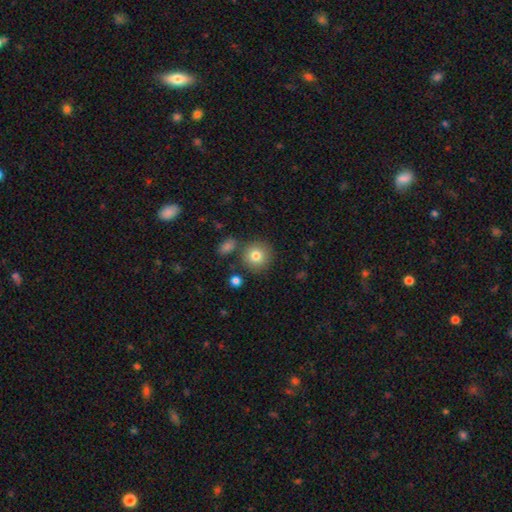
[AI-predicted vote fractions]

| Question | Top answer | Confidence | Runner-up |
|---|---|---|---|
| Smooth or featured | smooth | 80% | star or artifact (10%) |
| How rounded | round | 92% | in between (7%) |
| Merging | none | 81% | minor disturbance (9%) |